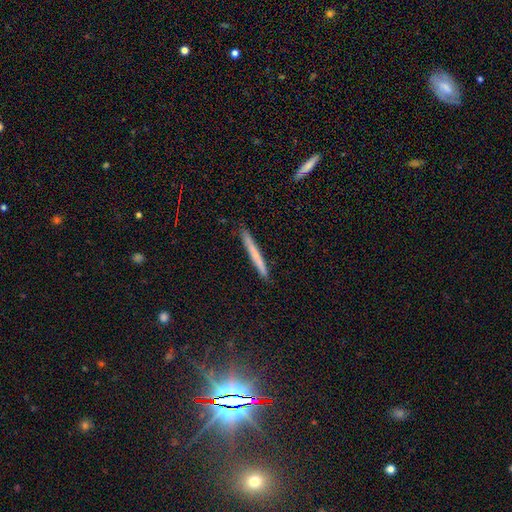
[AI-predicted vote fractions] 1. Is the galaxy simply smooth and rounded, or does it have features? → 62% smooth, 31% featured or disk, 7% star or artifact.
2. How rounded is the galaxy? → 97% cigar-shaped, 2% in between, 1% round.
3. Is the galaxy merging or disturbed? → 89% none, 8% minor disturbance, 1% major disturbance, 1% merger.